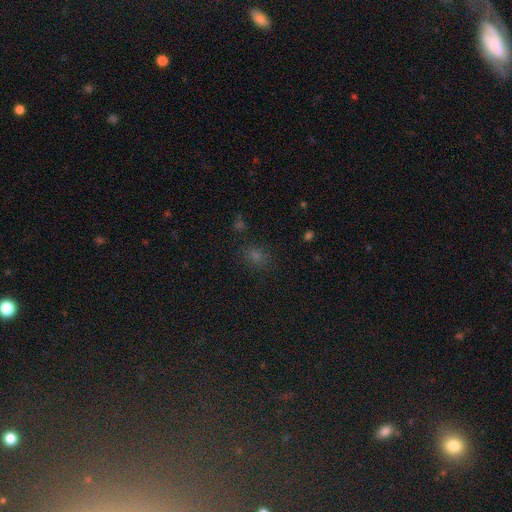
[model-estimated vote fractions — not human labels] Q: Smooth or featured?
A: smooth (58%); runner-up: star or artifact (35%)
Q: How rounded?
A: round (59%); runner-up: in between (39%)
Q: Merging?
A: none (84%); runner-up: minor disturbance (10%)